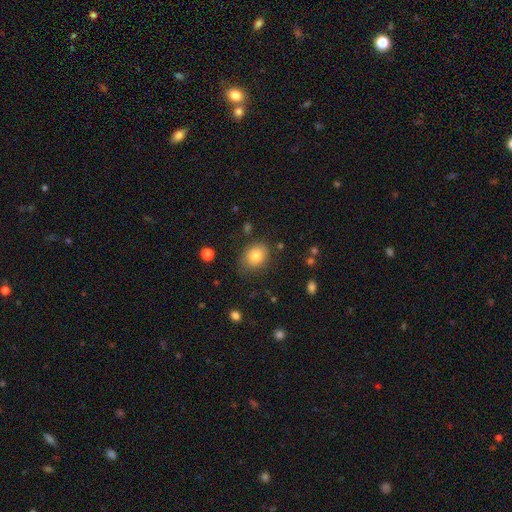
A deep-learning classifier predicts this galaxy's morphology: A smooth galaxy with no disk features (80%) that is in between round and cigar-shaped (55%).

Vote fractions:
- Smooth or featured? smooth: 80% / featured or disk: 10% / star or artifact: 10%
- How rounded? in between: 55% / round: 44% / cigar-shaped: 1%
- Merging? none: 79% / minor disturbance: 15% / major disturbance: 4% / merger: 2%